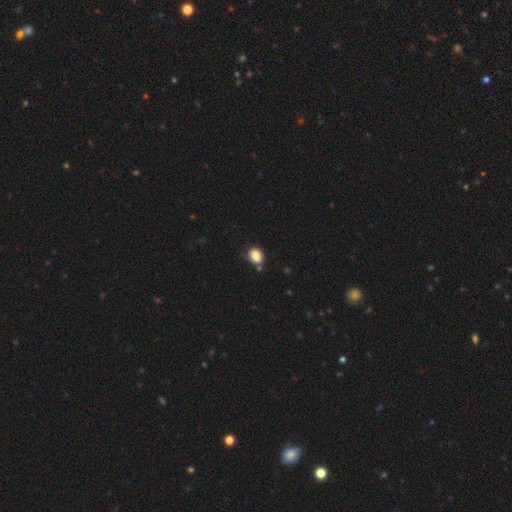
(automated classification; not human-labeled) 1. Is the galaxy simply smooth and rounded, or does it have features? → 84% smooth, 10% star or artifact, 6% featured or disk.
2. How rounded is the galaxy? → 66% in between, 33% round, 1% cigar-shaped.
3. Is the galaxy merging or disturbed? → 62% none, 24% minor disturbance, 8% merger, 5% major disturbance.